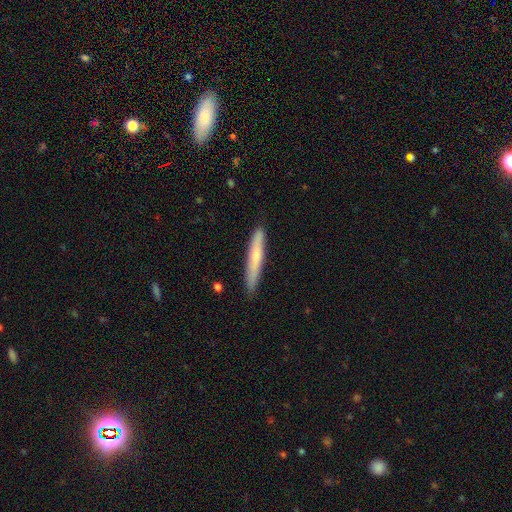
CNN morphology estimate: Overall: smooth (64%; featured or disk 31%). How rounded: cigar-shaped (95%). Merging: none (86%).